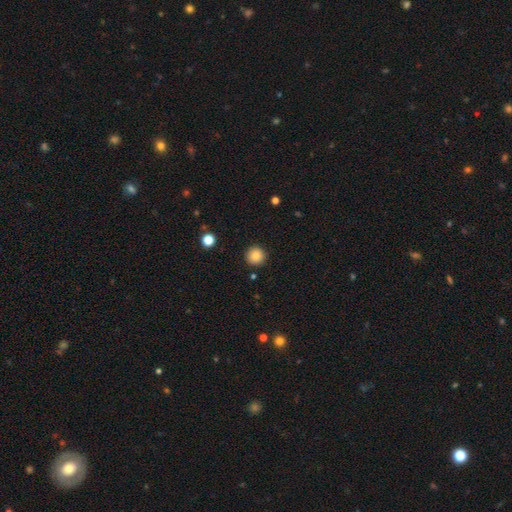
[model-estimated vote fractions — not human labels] Smooth or featured? Predicted: smooth (p=0.85). How rounded? Predicted: round (p=0.96). Merging? Predicted: none (p=0.92).